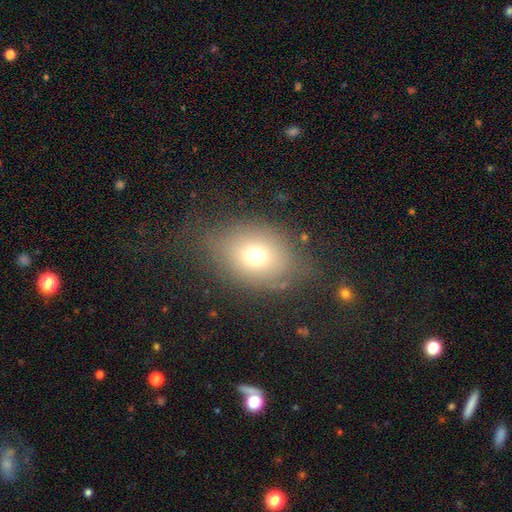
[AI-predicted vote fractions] This appears to be a smooth galaxy with no disk features (68%) that is in between round and cigar-shaped (65%). Merging: none (66%).